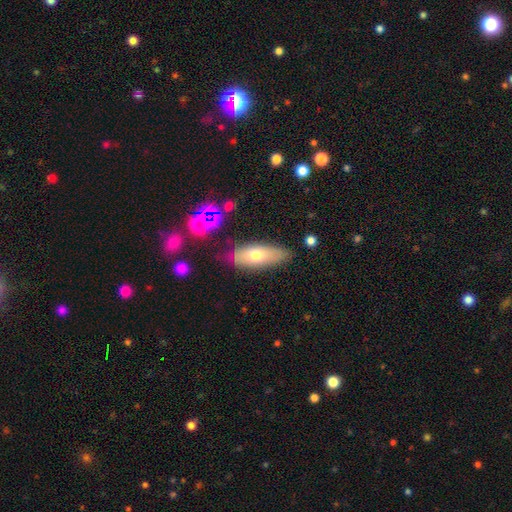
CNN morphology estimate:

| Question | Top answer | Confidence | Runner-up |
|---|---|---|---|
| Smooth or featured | smooth | 58% | featured or disk (31%) |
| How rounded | in between | 66% | cigar-shaped (30%) |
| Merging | none | 74% | minor disturbance (18%) |